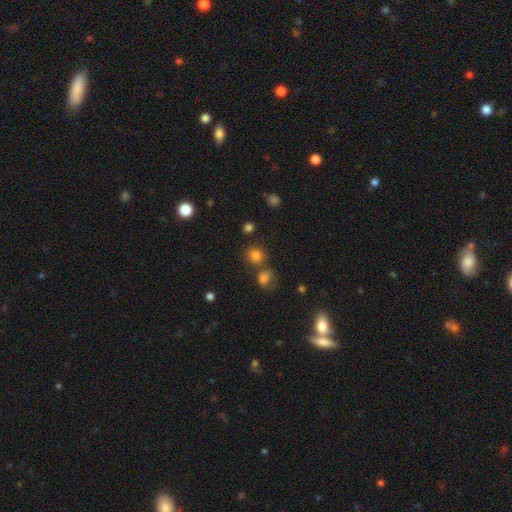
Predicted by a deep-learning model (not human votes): smooth_or_featured: smooth (p=0.77) [alt: star or artifact p=0.17]
how_rounded: round (p=0.83) [alt: in between p=0.16]
merging: none (p=0.65) [alt: merger p=0.22]